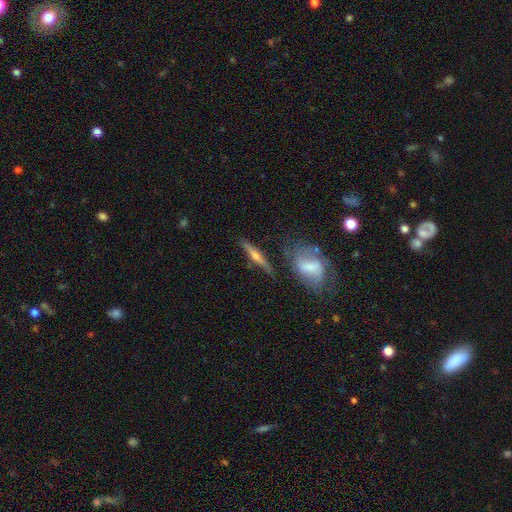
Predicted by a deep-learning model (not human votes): featured or disk 65%, smooth 28%, star or artifact 7%. Down the decision tree: edge-on disk — yes (92%); edge-on bulge — rounded (83%); merging — none (76%).